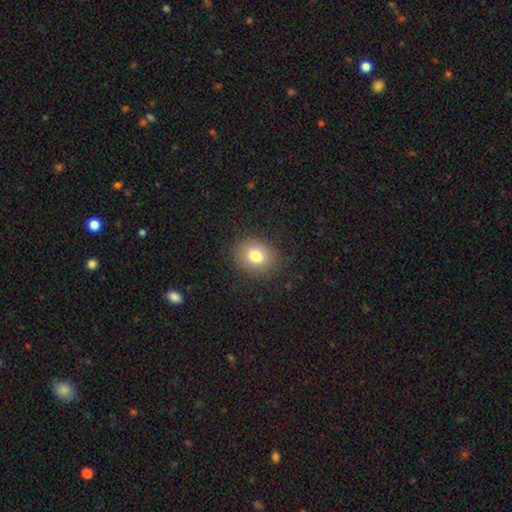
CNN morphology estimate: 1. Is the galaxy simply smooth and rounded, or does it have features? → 79% smooth, 11% star or artifact, 10% featured or disk.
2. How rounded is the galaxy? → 66% round, 33% in between, 1% cigar-shaped.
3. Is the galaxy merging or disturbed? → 86% none, 9% minor disturbance, 3% major disturbance, 1% merger.